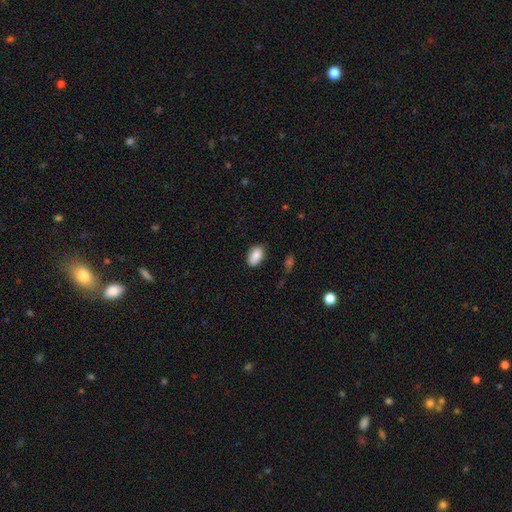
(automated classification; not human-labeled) A smooth galaxy with no disk features (86%) that is in between round and cigar-shaped (92%).

Vote fractions:
- Smooth or featured? smooth: 86% / star or artifact: 7% / featured or disk: 7%
- How rounded? in between: 92% / round: 6% / cigar-shaped: 2%
- Merging? none: 82% / minor disturbance: 14% / major disturbance: 3% / merger: 1%